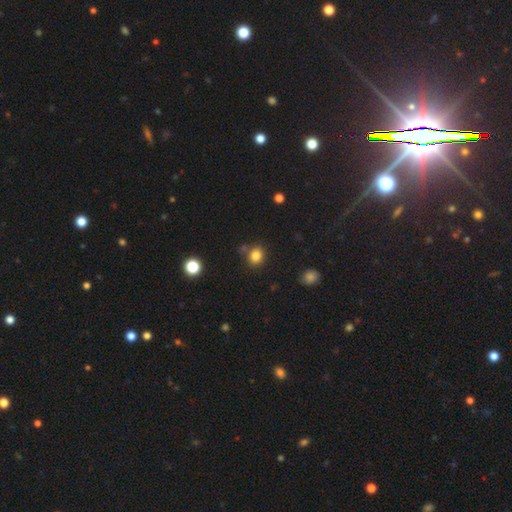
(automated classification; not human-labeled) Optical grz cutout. It shows a smooth galaxy with no disk features (83%) that is round (70%). Merging: none (77%).